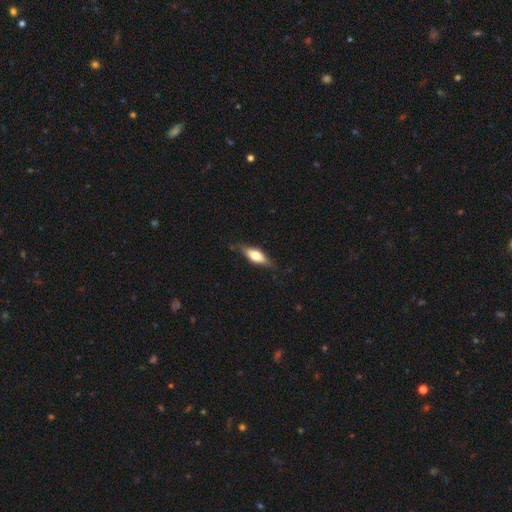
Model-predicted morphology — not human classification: A smooth galaxy with no disk features (51%) that is in between round and cigar-shaped (62%).

Vote fractions:
- Smooth or featured? smooth: 51% / featured or disk: 43% / star or artifact: 6%
- How rounded? in between: 62% / cigar-shaped: 34% / round: 3%
- Merging? none: 80% / minor disturbance: 15% / major disturbance: 3% / merger: 1%